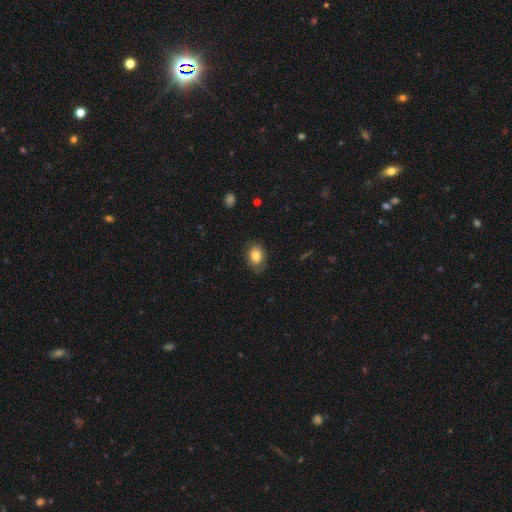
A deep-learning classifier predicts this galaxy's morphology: smooth_or_featured: smooth (p=0.79) [alt: featured or disk p=0.13]
how_rounded: in between (p=0.68) [alt: round p=0.31]
merging: none (p=0.74) [alt: minor disturbance p=0.19]